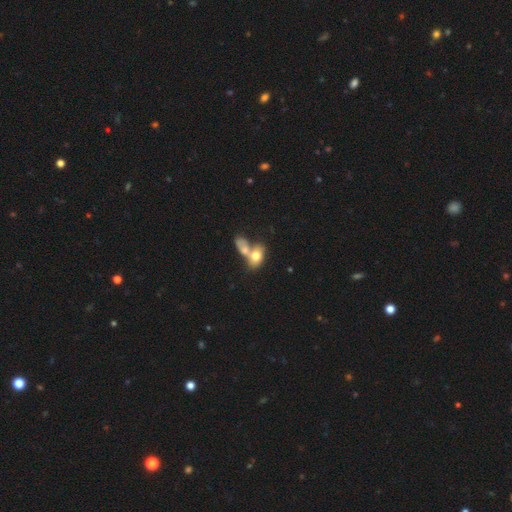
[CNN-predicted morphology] A smooth galaxy with no disk features (69%) that is in between round and cigar-shaped (80%).

Vote fractions:
- Smooth or featured? smooth: 69% / featured or disk: 23% / star or artifact: 8%
- How rounded? in between: 80% / round: 16% / cigar-shaped: 4%
- Merging? merger: 66% / none: 21% / minor disturbance: 8% / major disturbance: 5%